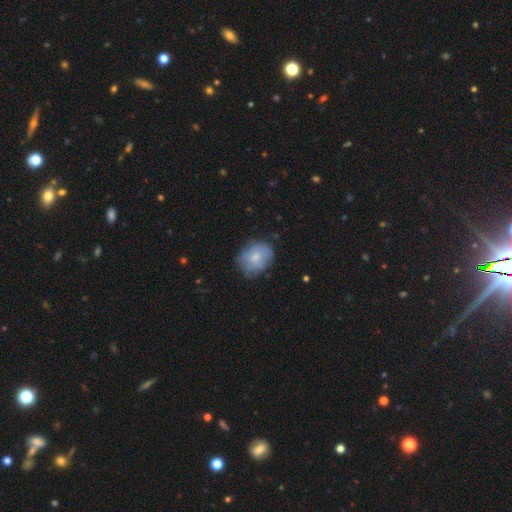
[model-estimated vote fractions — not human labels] This appears to be a smooth galaxy with no disk features (62%) that is round (55%). Merging: none (67%).